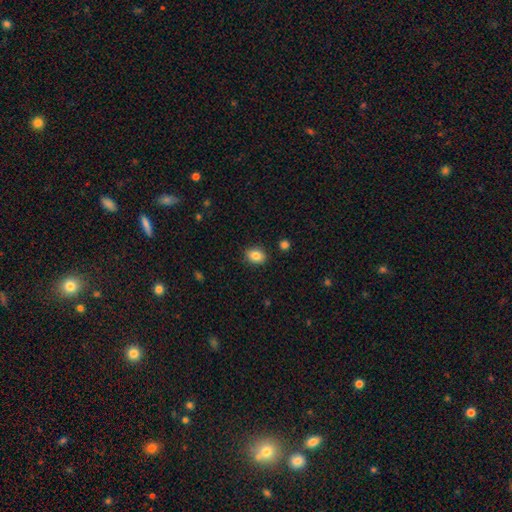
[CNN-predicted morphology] Smooth or featured? Predicted: smooth (p=0.85). How rounded? Predicted: in between (p=0.63). Merging? Predicted: none (p=0.88).